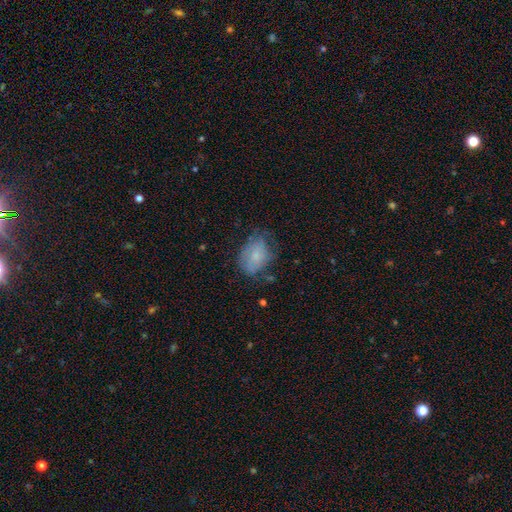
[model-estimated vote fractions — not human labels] Smooth or featured? smooth (64%)
How rounded? in between (71%)
Merging? none (49%)